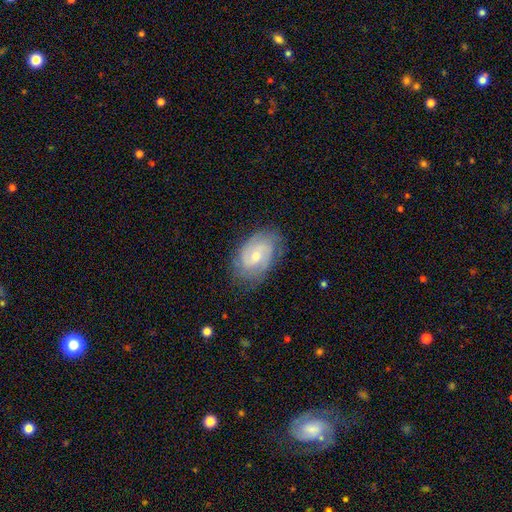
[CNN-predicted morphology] smooth_or_featured: featured or disk (p=0.71) [alt: smooth p=0.22]
disk_edge_on: no (p=0.96) [alt: yes p=0.04]
bar: no (p=0.56) [alt: weak p=0.39]
has_spiral_arms: yes (p=0.92) [alt: no p=0.08]
spiral_winding: tight (p=0.48) [alt: medium p=0.39]
spiral_arm_count: 2 (p=0.43) [alt: can't tell p=0.30]
bulge_size: small (p=0.54) [alt: moderate p=0.41]
merging: none (p=0.75) [alt: minor disturbance p=0.18]